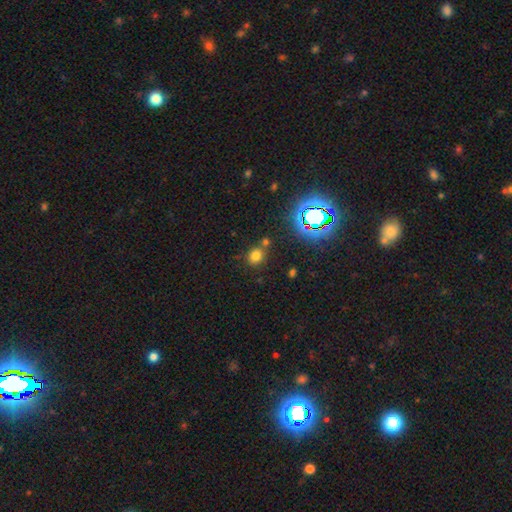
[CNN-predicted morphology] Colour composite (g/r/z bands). It shows a smooth galaxy with no disk features (71%) that is round (79%). Merging: none (71%).